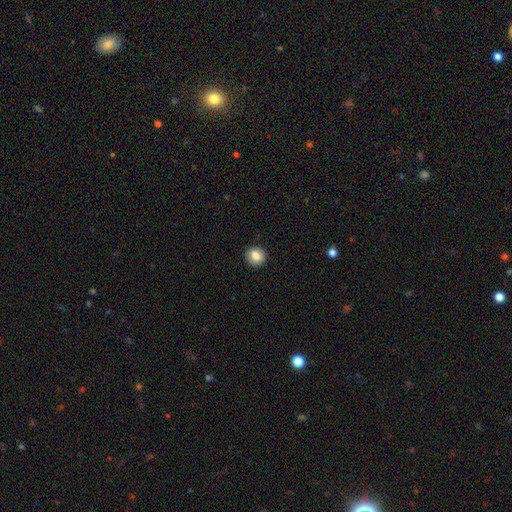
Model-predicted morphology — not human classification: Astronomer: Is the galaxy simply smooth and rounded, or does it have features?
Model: smooth — 83%.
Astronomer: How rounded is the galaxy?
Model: round — 78%.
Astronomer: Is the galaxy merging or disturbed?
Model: none — 90%.